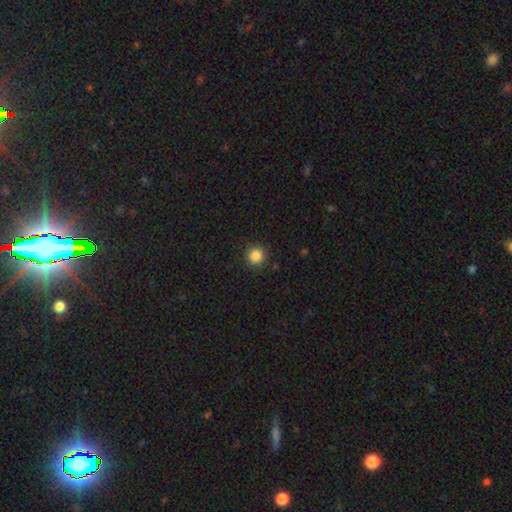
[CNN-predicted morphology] smooth-or-featured: smooth: 86% | star or artifact: 11% | featured or disk: 3%
  how-rounded: round: 94% | in between: 5% | cigar-shaped: 1%
  merging: none: 91% | minor disturbance: 6% | major disturbance: 2% | merger: 1%